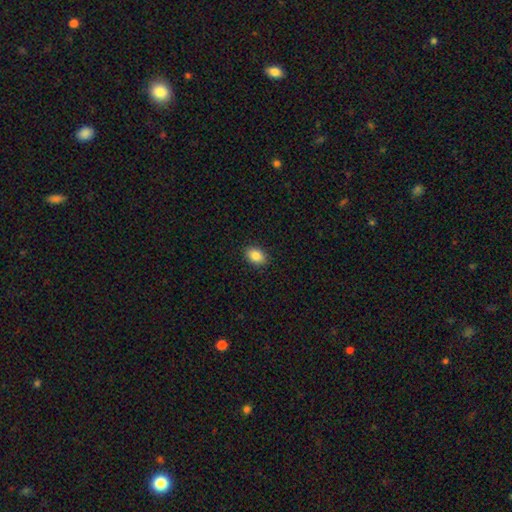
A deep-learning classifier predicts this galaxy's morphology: Smooth or featured? Predicted: smooth (p=0.86). How rounded? Predicted: in between (p=0.81). Merging? Predicted: none (p=0.89).